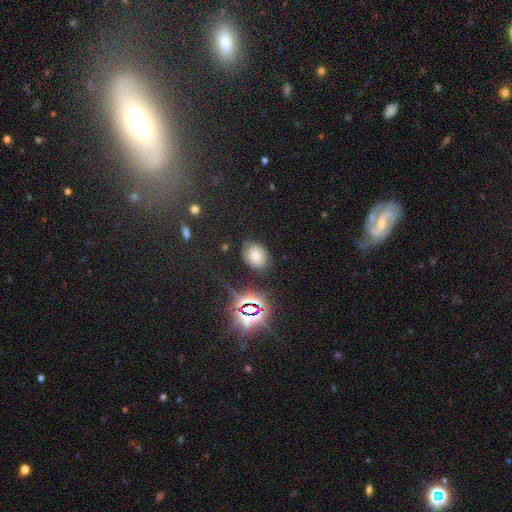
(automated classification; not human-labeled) A smooth galaxy with no disk features (59%) that is in between round and cigar-shaped (72%).

Vote fractions:
- Smooth or featured? smooth: 59% / star or artifact: 22% / featured or disk: 20%
- How rounded? in between: 72% / round: 27% / cigar-shaped: 1%
- Merging? none: 74% / minor disturbance: 18% / major disturbance: 6% / merger: 3%